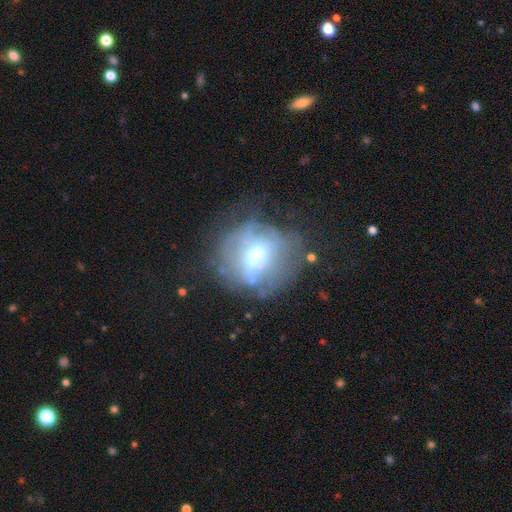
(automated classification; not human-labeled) Q: Smooth or featured?
A: featured or disk (51%); runner-up: smooth (36%)
Q: Edge-on disk?
A: no (90%); runner-up: yes (10%)
Q: Merging?
A: none (50%); runner-up: major disturbance (24%)